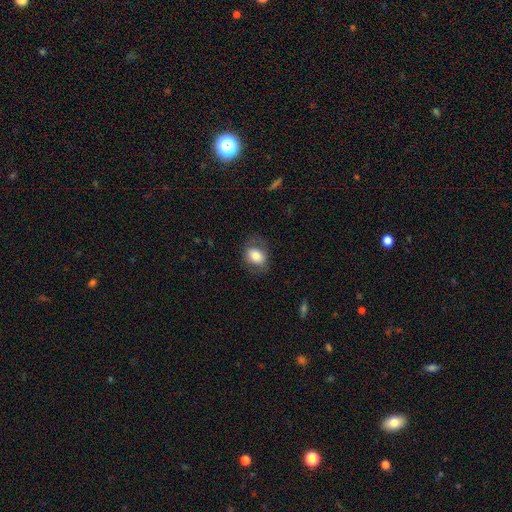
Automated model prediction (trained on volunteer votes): smooth 74%, featured or disk 19%, star or artifact 7%. Down the decision tree: how rounded — in between (71%); merging — none (72%).